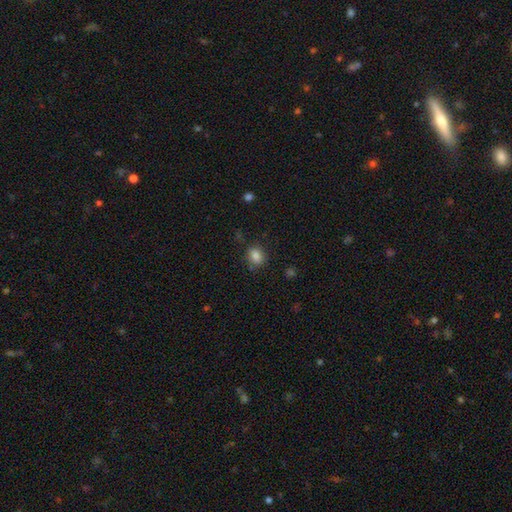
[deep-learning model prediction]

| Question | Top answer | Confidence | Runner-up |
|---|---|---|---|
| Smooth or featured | smooth | 84% | star or artifact (11%) |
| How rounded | round | 50% | in between (49%) |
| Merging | none | 78% | minor disturbance (15%) |